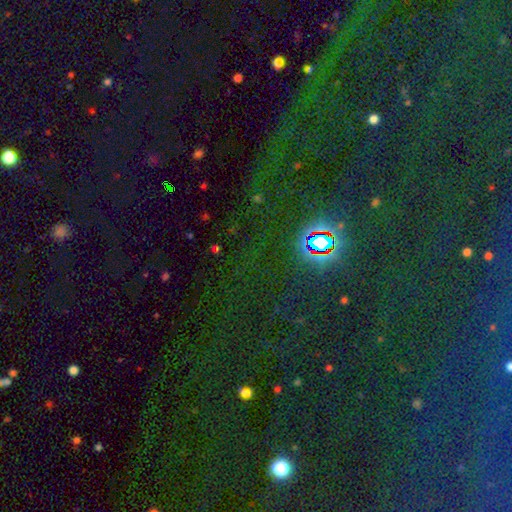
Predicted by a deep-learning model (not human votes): This appears to be a star or artifact, not a galaxy (82%).